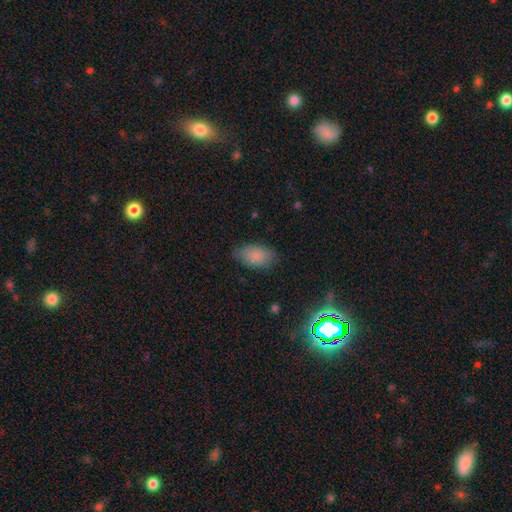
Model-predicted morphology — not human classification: Overall: smooth (84%). How rounded: in between (92%). Merging: none (76%).